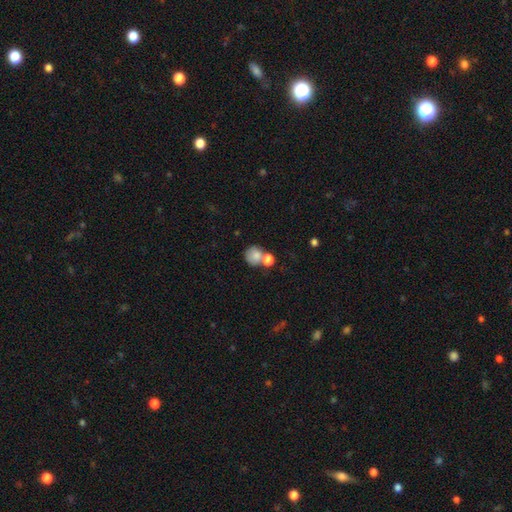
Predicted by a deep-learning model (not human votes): The model was most divided on "merging": merger: 42%, none: 40%, minor disturbance: 12%, major disturbance: 6%. More confident: how rounded — round (81%); smooth or featured — smooth (78%).